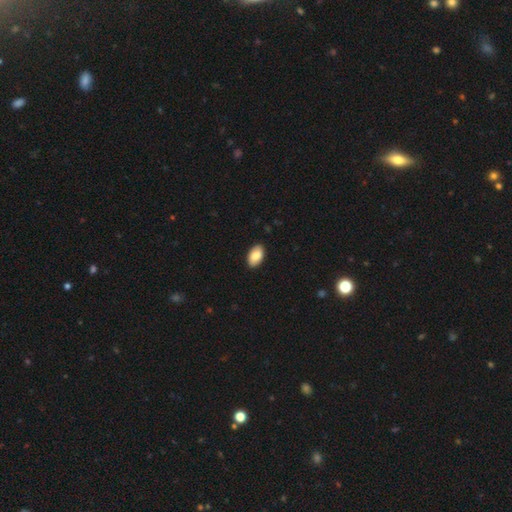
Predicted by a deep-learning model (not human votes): smooth 86%, featured or disk 7%, star or artifact 6%. Down the decision tree: how rounded — in between (94%); merging — none (90%).